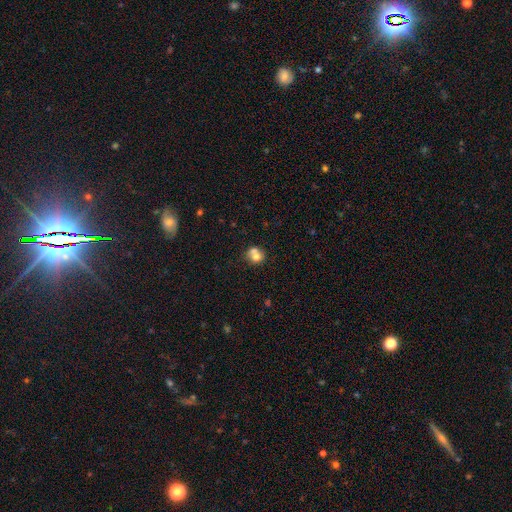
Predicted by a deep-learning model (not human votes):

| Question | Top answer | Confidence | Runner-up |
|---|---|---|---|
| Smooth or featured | smooth | 72% | featured or disk (18%) |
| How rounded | round | 77% | in between (22%) |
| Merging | merger | 53% | none (34%) |